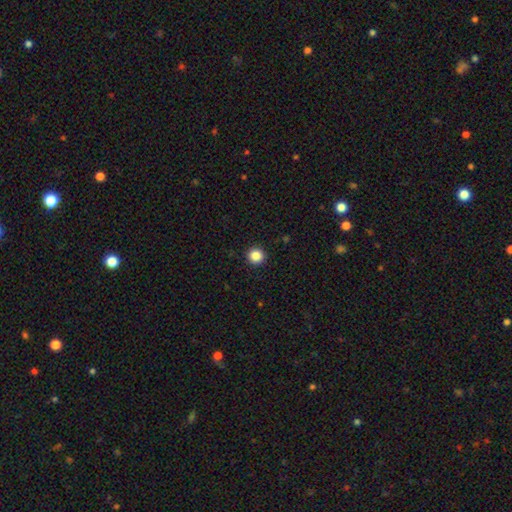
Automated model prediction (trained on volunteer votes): Smooth or featured?
  - smooth: 86% *
  - star or artifact: 11%
  - featured or disk: 4%
How rounded?
  - round: 95% *
  - in between: 4%
  - cigar-shaped: 1%
Merging?
  - none: 93% *
  - minor disturbance: 4%
  - major disturbance: 1%
  - merger: 1%